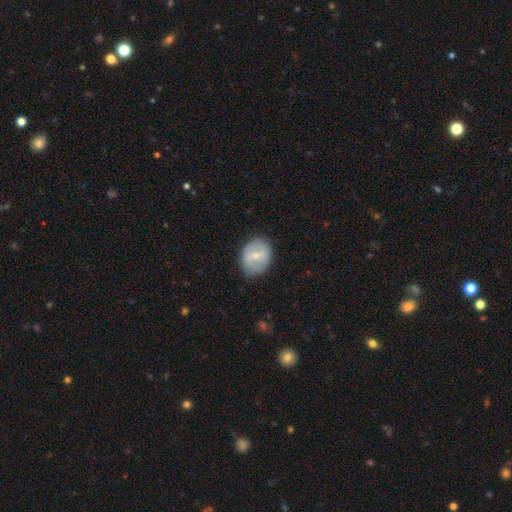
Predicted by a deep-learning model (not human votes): Q: Smooth or featured?
A: smooth (50%); runner-up: featured or disk (43%)
Q: Merging?
A: none (80%); runner-up: minor disturbance (14%)